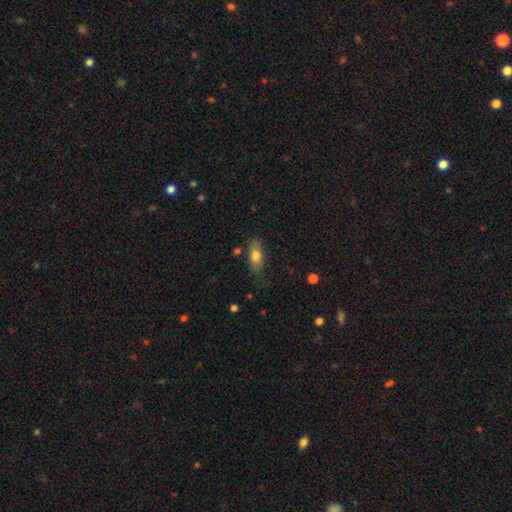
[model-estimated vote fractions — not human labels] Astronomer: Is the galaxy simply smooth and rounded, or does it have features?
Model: smooth — 78%.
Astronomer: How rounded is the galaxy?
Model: in between — 84%.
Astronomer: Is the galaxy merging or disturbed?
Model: none — 74%.